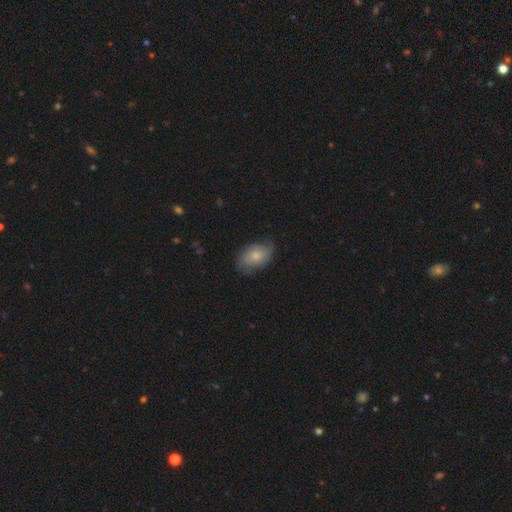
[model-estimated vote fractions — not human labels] Smooth or featured?
  - smooth: 65% *
  - featured or disk: 28%
  - star or artifact: 7%
How rounded?
  - in between: 85% *
  - round: 14%
  - cigar-shaped: 1%
Merging?
  - none: 64% *
  - minor disturbance: 27%
  - major disturbance: 8%
  - merger: 1%